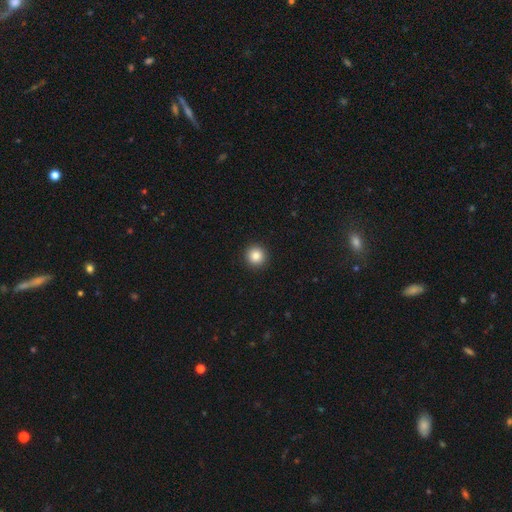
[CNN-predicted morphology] smooth 85%, star or artifact 10%, featured or disk 5%. Down the decision tree: how rounded — round (95%); merging — none (93%).